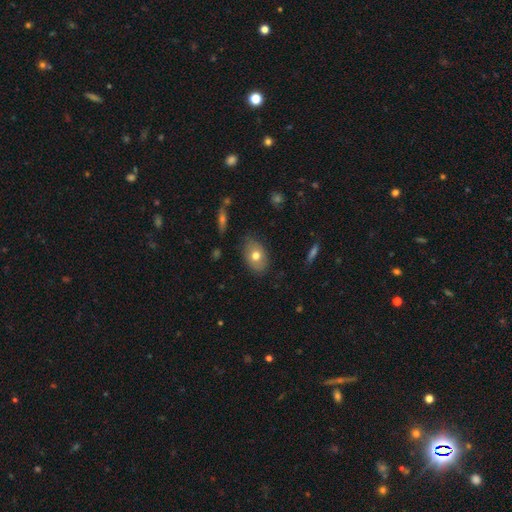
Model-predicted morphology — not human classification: A smooth galaxy with no disk features (70%) that is in between round and cigar-shaped (81%).

Vote fractions:
- Smooth or featured? smooth: 70% / featured or disk: 21% / star or artifact: 8%
- How rounded? in between: 81% / round: 18% / cigar-shaped: 1%
- Merging? none: 80% / minor disturbance: 15% / major disturbance: 3% / merger: 2%